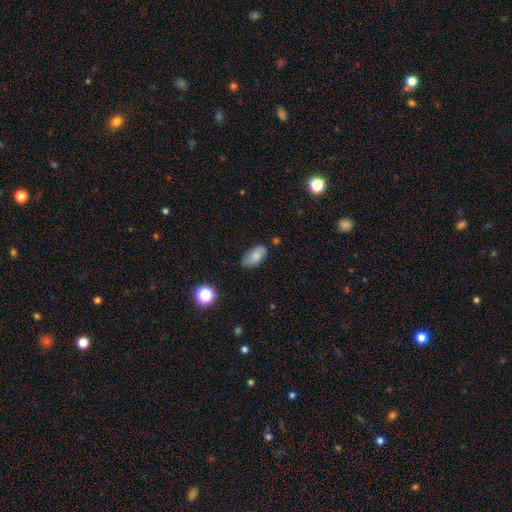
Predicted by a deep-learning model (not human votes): Smooth or featured: smooth — 62% (featured or disk — 28%)
How rounded: in between — 91% (round — 5%)
Merging: none — 75% (minor disturbance — 19%)